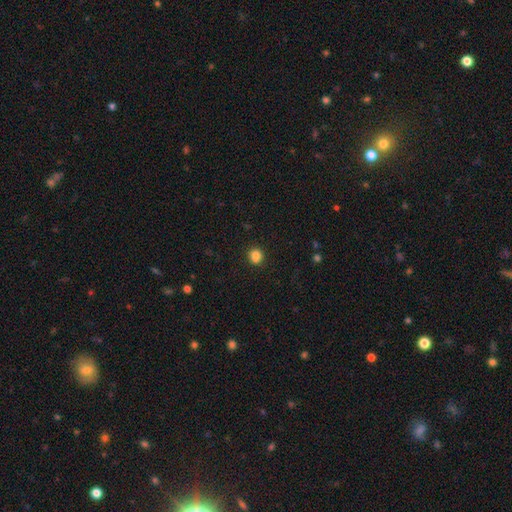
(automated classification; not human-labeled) Q: Smooth or featured?
A: smooth (82%); runner-up: star or artifact (12%)
Q: How rounded?
A: round (76%); runner-up: in between (23%)
Q: Merging?
A: none (70%); runner-up: minor disturbance (13%)